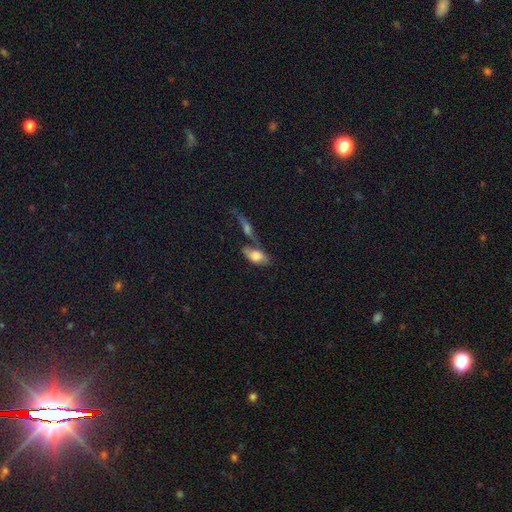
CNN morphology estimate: smooth-or-featured: smooth: 68% | featured or disk: 24% | star or artifact: 8%
  how-rounded: in between: 87% | cigar-shaped: 8% | round: 5%
  merging: none: 39% | merger: 34% | minor disturbance: 17% | major disturbance: 9%